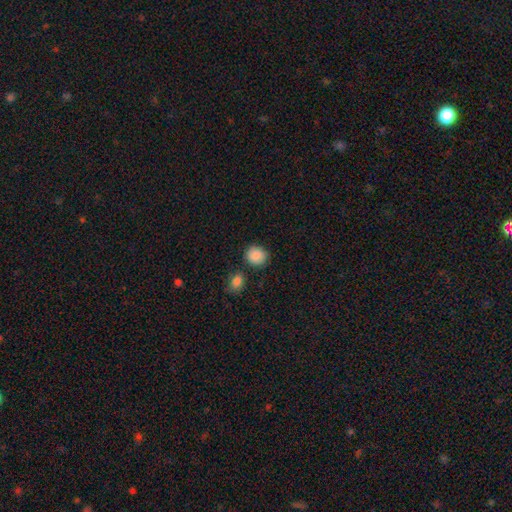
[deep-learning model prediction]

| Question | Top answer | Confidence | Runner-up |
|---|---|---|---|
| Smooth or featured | smooth | 88% | star or artifact (8%) |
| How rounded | round | 80% | in between (19%) |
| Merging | none | 81% | minor disturbance (11%) |